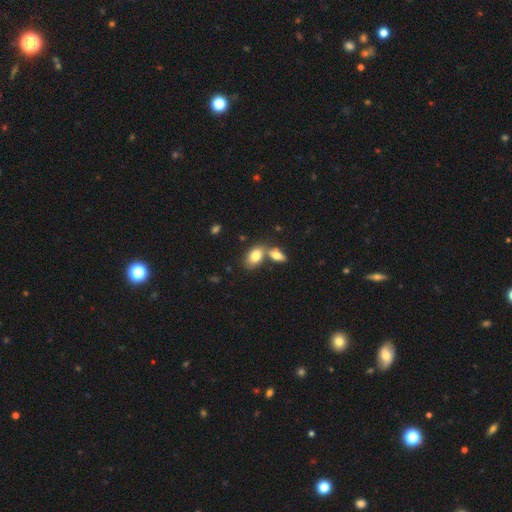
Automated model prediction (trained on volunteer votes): Overall: smooth (80%). How rounded: in between (89%). Merging: none (45%; merger 43%).